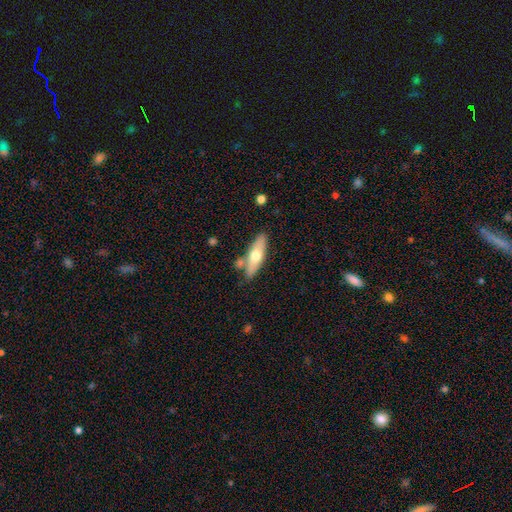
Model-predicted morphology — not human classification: smooth_or_featured: smooth (p=0.54) [alt: featured or disk p=0.40]
how_rounded: cigar-shaped (p=0.56) [alt: in between p=0.41]
merging: none (p=0.72) [alt: minor disturbance p=0.14]